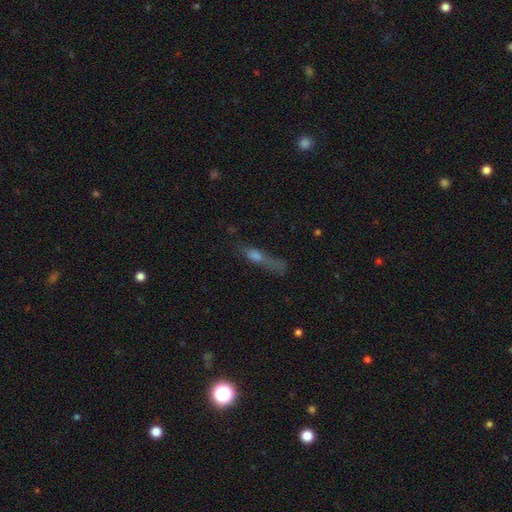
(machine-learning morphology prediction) type=smooth (47%); merging=none (41%).